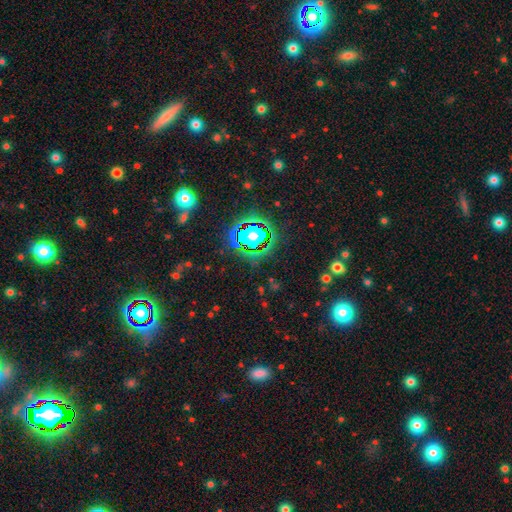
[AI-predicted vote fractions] Smooth or featured?
  - star or artifact: 78% *
  - smooth: 13%
  - featured or disk: 9%